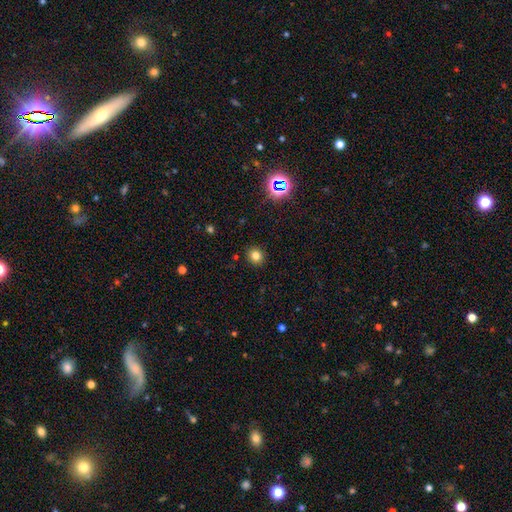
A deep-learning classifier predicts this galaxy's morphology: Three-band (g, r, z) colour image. It shows a smooth galaxy with no disk features (78%) that is round (85%). Merging: none (90%).